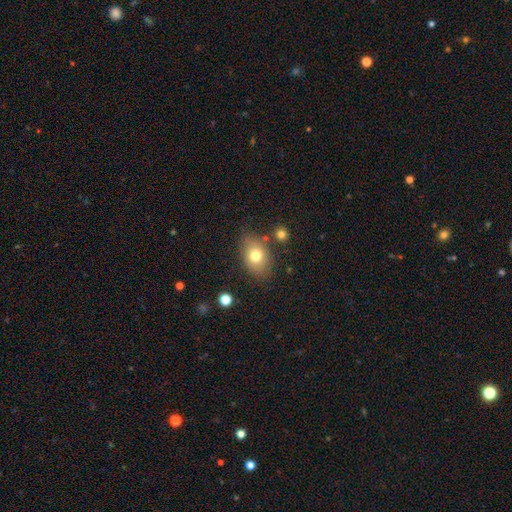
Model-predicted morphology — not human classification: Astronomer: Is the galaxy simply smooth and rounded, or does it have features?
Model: smooth — 76%.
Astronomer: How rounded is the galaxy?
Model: in between — 78%.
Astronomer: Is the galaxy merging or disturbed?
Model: none — 74%.